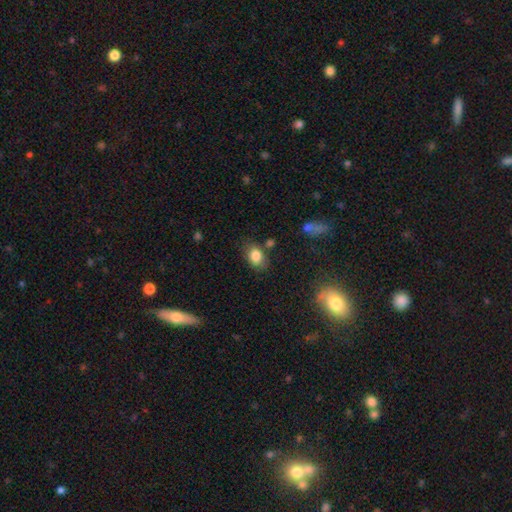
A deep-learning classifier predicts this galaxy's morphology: smooth 84%, star or artifact 9%, featured or disk 7%. Down the decision tree: how rounded — in between (79%); merging — none (70%).